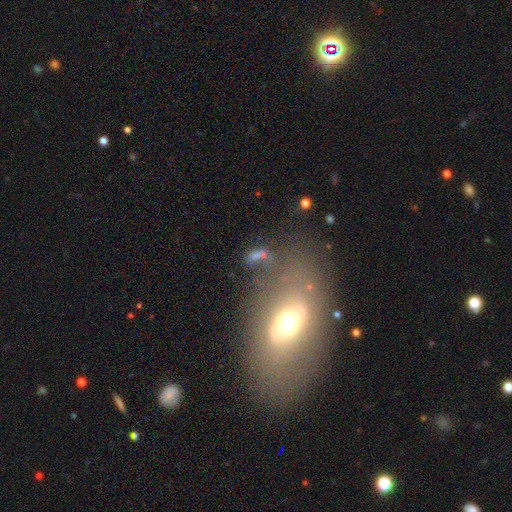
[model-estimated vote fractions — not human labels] Smooth or featured? Predicted: smooth (p=0.43). Merging? Predicted: none (p=0.64).